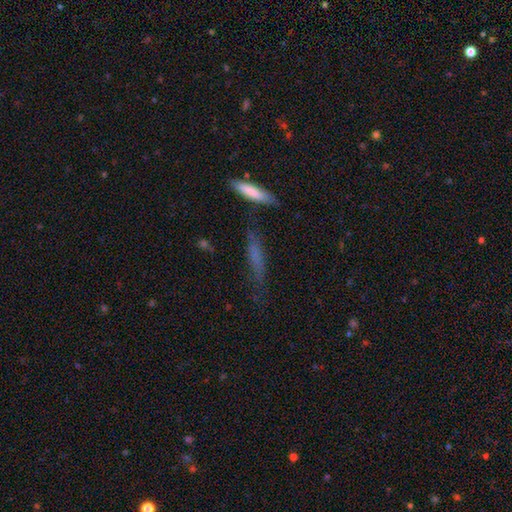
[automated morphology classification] Smooth or featured?
  - smooth: 59% *
  - featured or disk: 29%
  - star or artifact: 13%
How rounded?
  - cigar-shaped: 85% *
  - in between: 12%
  - round: 3%
Merging?
  - none: 66% *
  - minor disturbance: 21%
  - major disturbance: 7%
  - merger: 6%